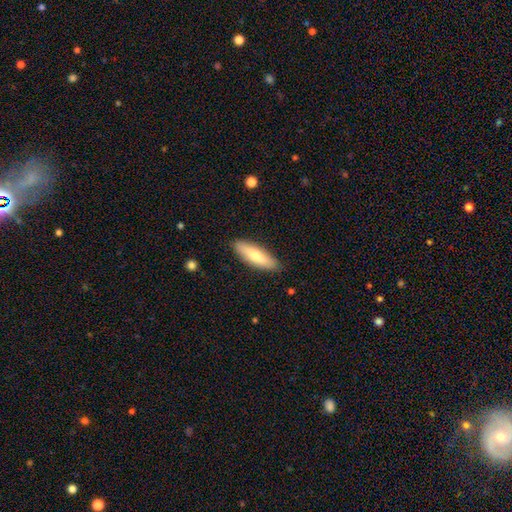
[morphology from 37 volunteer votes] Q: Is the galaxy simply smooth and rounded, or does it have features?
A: smooth — 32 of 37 (86%).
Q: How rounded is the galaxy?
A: in between — 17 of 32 (53%).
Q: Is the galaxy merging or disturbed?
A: none — 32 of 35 (91%).